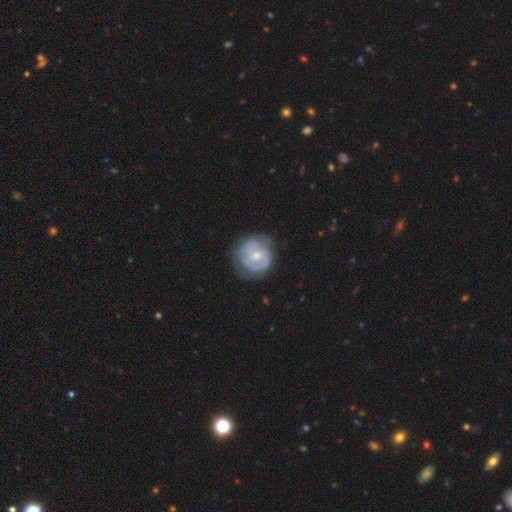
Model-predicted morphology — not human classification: Smooth or featured? featured or disk (72%)
Edge-on disk? no (98%)
Bar? no (55%)
Spiral arms? yes (88%)
Spiral winding? tight (54%)
Spiral arm count? 2 (59%)
Bulge size? small (46%, tied with moderate)
Merging? none (71%)